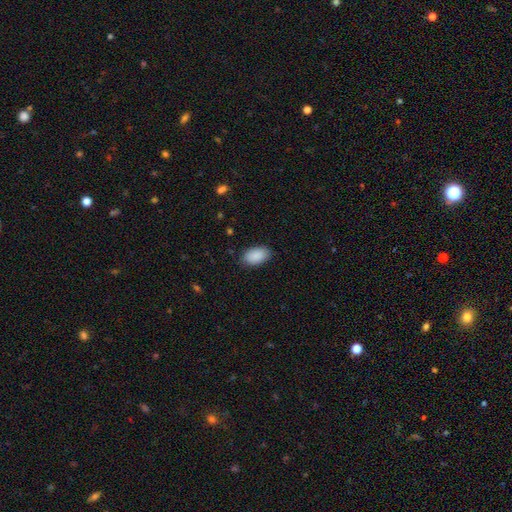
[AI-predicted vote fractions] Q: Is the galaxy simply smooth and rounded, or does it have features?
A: smooth — 90%.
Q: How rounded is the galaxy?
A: in between — 94%.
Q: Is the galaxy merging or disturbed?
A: none — 85%.